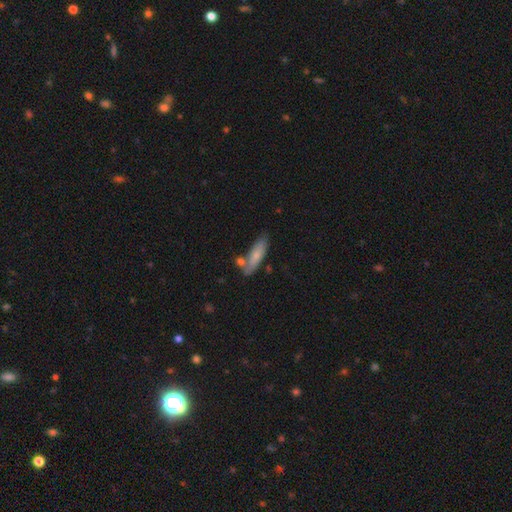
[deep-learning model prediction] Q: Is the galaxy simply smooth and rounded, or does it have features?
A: smooth — 70%.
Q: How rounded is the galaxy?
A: cigar-shaped — 57%.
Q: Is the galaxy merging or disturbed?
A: none — 65%.